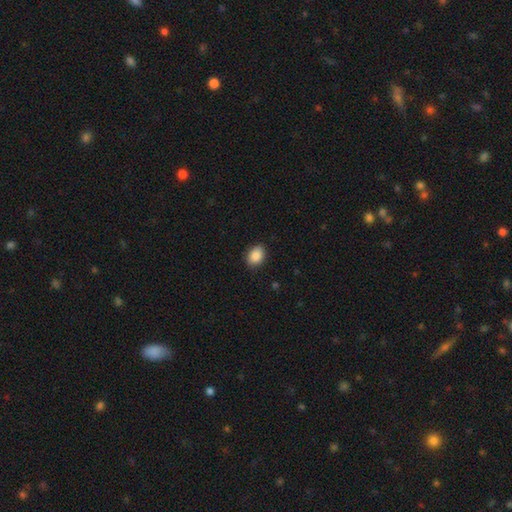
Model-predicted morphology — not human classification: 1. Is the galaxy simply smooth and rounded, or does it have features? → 88% smooth, 8% star or artifact, 4% featured or disk.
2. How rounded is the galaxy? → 71% in between, 28% round, 1% cigar-shaped.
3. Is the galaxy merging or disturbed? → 86% none, 11% minor disturbance, 2% major disturbance, 1% merger.